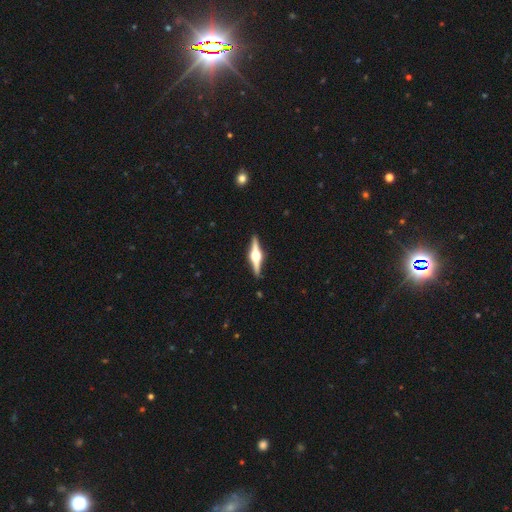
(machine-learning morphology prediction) smooth_or_featured: featured or disk (p=0.85) [alt: smooth p=0.10]
disk_edge_on: yes (p=0.98) [alt: no p=0.02]
edge_on_bulge: rounded (p=0.95) [alt: boxy p=0.03]
merging: none (p=0.91) [alt: minor disturbance p=0.06]